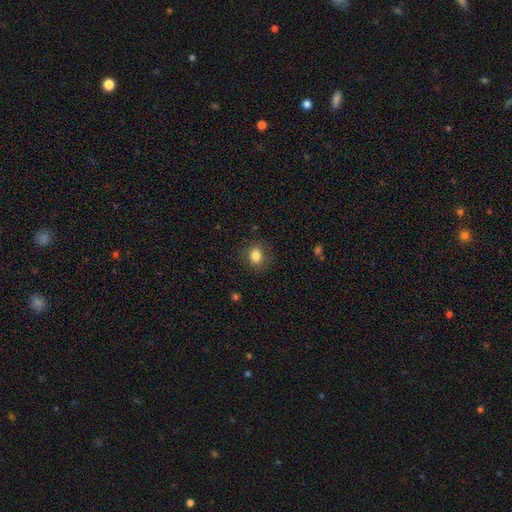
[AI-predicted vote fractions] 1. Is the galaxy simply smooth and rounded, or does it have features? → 83% smooth, 10% star or artifact, 6% featured or disk.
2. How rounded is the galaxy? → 58% round, 41% in between, 1% cigar-shaped.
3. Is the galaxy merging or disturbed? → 84% none, 11% minor disturbance, 4% major disturbance, 1% merger.